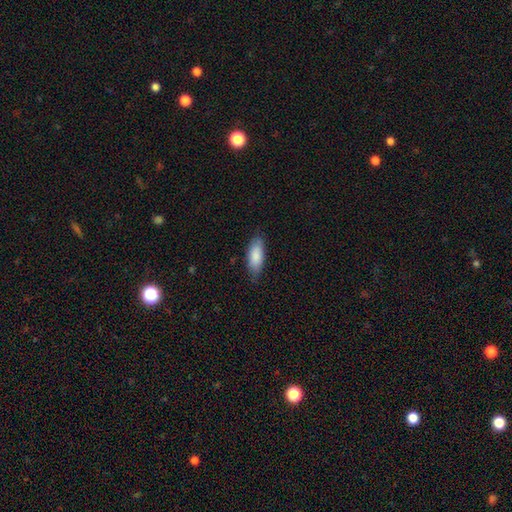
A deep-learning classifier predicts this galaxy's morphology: smooth-or-featured: smooth: 87% | featured or disk: 8% | star or artifact: 6%
  how-rounded: in between: 76% | cigar-shaped: 22% | round: 2%
  merging: none: 79% | minor disturbance: 17% | major disturbance: 3% | merger: 1%